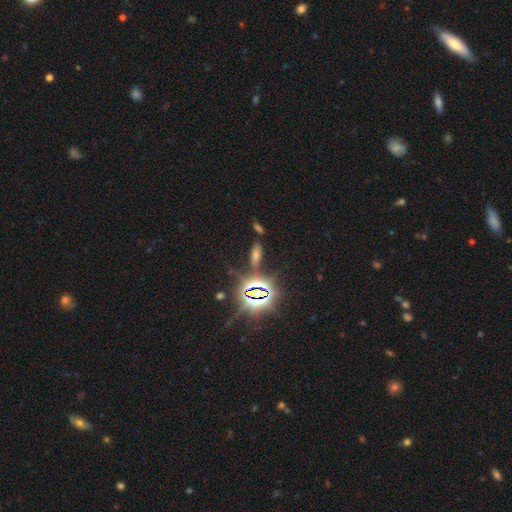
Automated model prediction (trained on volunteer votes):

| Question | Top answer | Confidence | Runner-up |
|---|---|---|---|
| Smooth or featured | star or artifact | 55% | smooth (29%) |